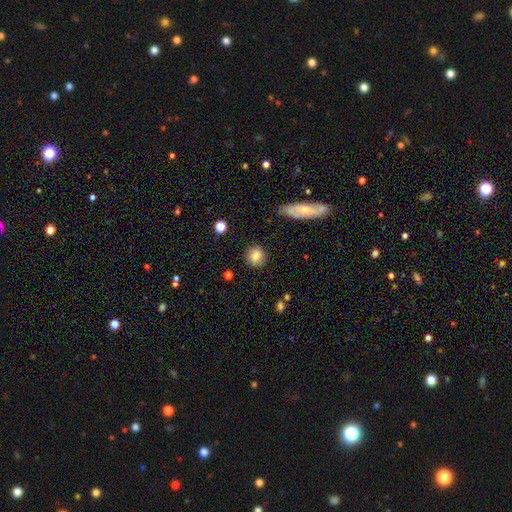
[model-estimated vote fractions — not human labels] smooth_or_featured: smooth (p=0.81) [alt: featured or disk p=0.10]
how_rounded: round (p=0.88) [alt: in between p=0.10]
merging: none (p=0.88) [alt: minor disturbance p=0.08]